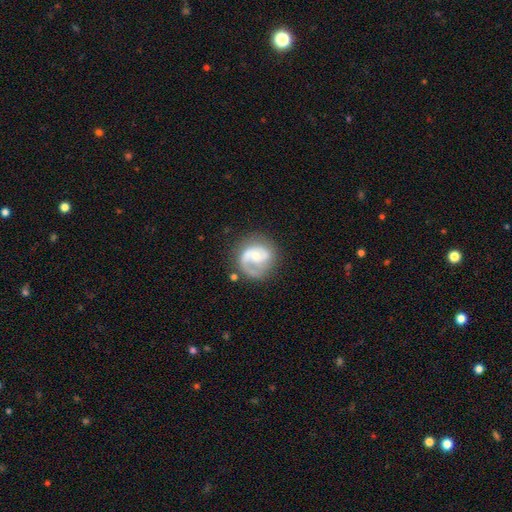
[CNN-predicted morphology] Smooth or featured: featured or disk — 80% (smooth — 15%)
Edge-on disk: no — 98% (yes — 2%)
Bar: no — 54% (weak — 38%)
Spiral arms: yes — 93% (no — 7%)
Spiral winding: medium — 47% (tight — 29%)
Spiral arm count: 2 — 49% (1 — 41%)
Bulge size: small — 48% (moderate — 45%)
Merging: none — 65% (minor disturbance — 19%)